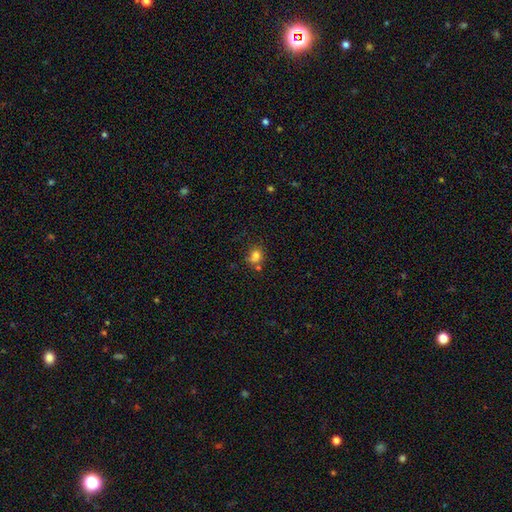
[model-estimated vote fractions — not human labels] Smooth or featured? smooth (75%)
How rounded? round (68%)
Merging? none (52%)